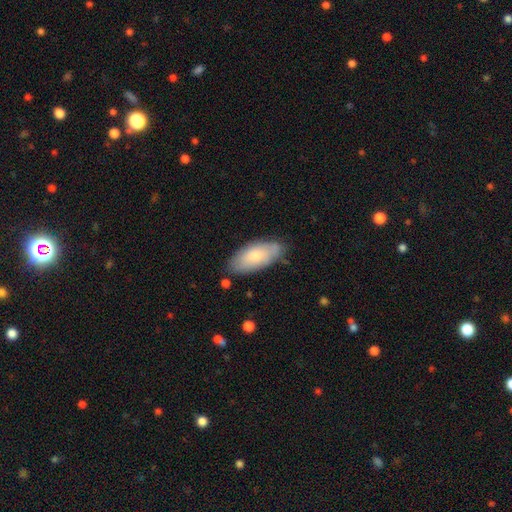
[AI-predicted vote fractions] Smooth or featured: smooth — 73% (featured or disk — 21%)
How rounded: in between — 89% (cigar-shaped — 9%)
Merging: none — 74% (minor disturbance — 20%)